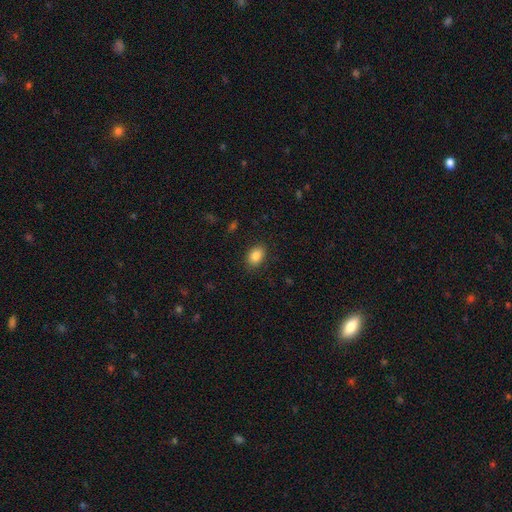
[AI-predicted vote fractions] A smooth galaxy with no disk features (86%) that is in between round and cigar-shaped (80%). Merging: none (86%).